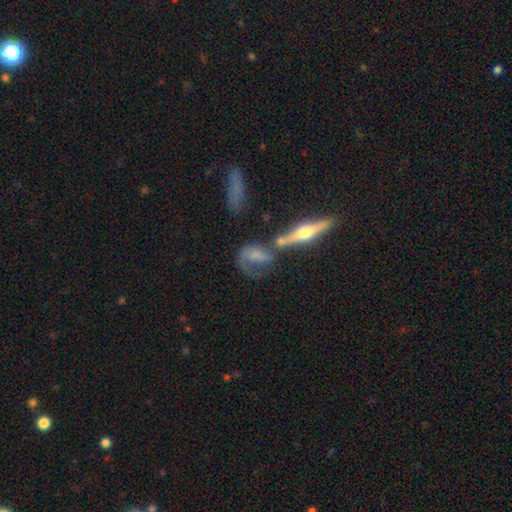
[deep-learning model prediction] This appears to be a featured or disk galaxy (55%). Merging: none (34%).